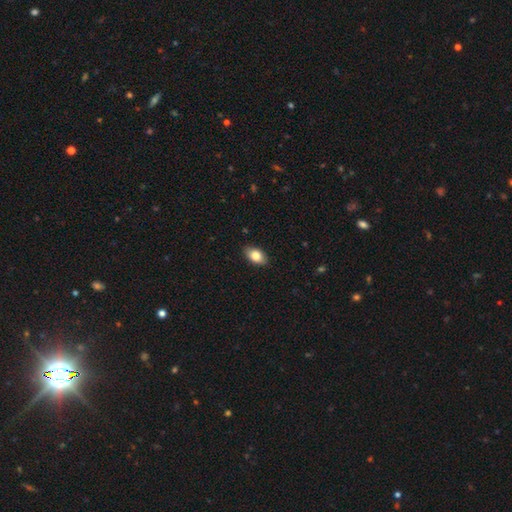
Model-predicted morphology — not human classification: A smooth galaxy with no disk features (83%) that is in between round and cigar-shaped (90%). Merging: none (87%).